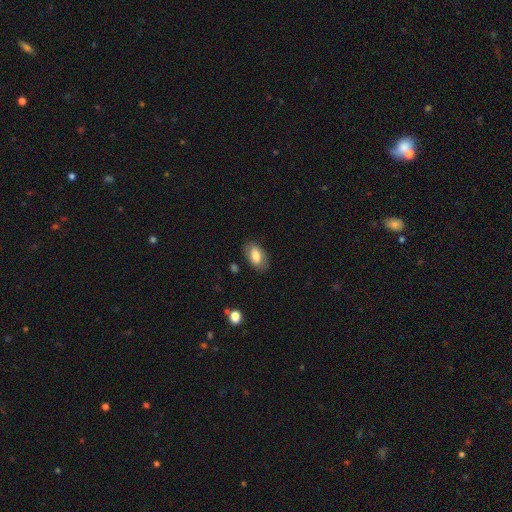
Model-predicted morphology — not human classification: type=smooth (75%); roundness=in between (92%); merging=none (81%).